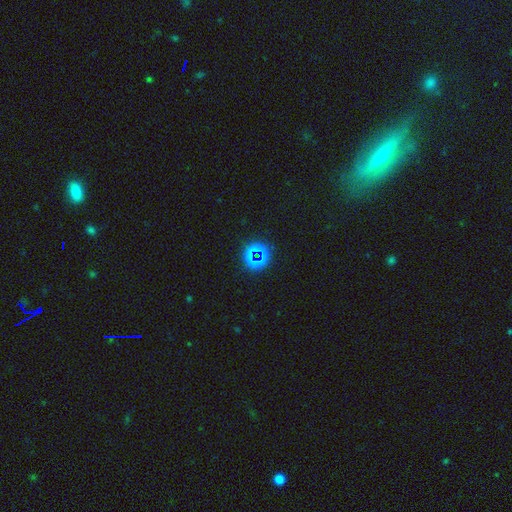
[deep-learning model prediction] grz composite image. It shows a star or artifact, not a galaxy (64%).